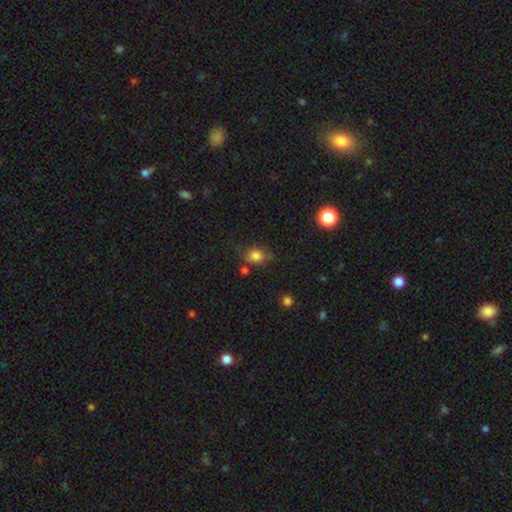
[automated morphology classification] Smooth or featured?
  - smooth: 79% *
  - star or artifact: 12%
  - featured or disk: 9%
How rounded?
  - round: 62% *
  - in between: 37%
  - cigar-shaped: 1%
Merging?
  - none: 59% *
  - minor disturbance: 24%
  - major disturbance: 10%
  - merger: 8%